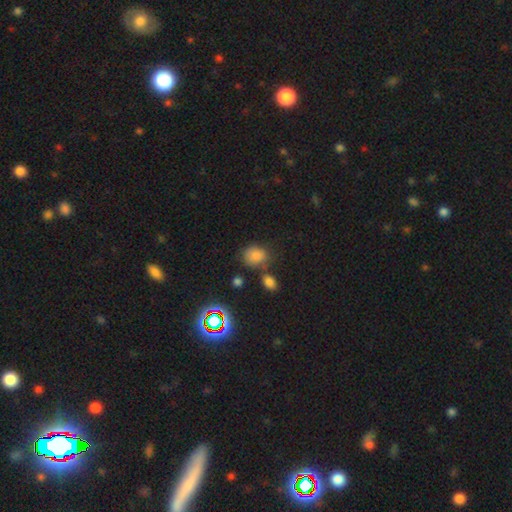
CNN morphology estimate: type=smooth (75%); roundness=in between (52%); merging=none (60%).